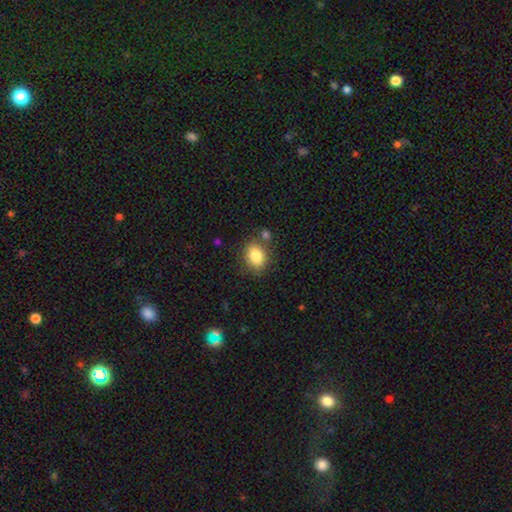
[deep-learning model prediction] Smooth or featured? smooth (84%)
How rounded? in between (66%)
Merging? none (74%)